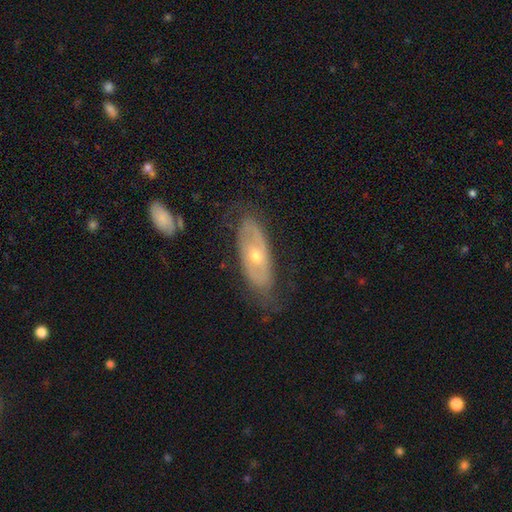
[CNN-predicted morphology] The model was most divided on "spiral arms": no: 52%, yes: 48%. More confident: edge-on disk — no (83%); bar — no (73%); merging — none (70%); smooth or featured — featured or disk (66%); bulge size — moderate (56%).